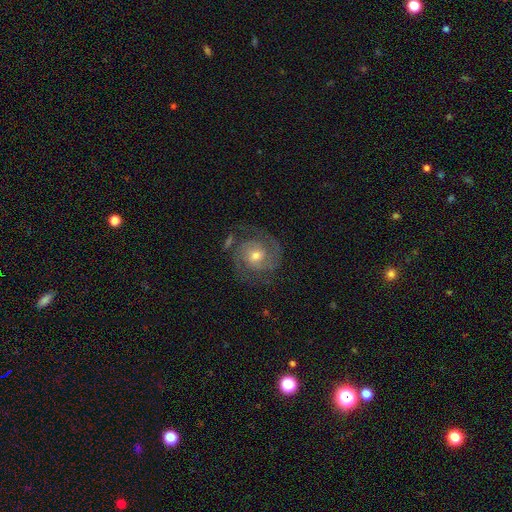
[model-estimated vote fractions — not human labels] A featured or disk galaxy (85%) with no bar (56%), 2 (79%) tight (52%) spiral arms (96%) and a moderate central bulge (60%). Merging: none (74%).